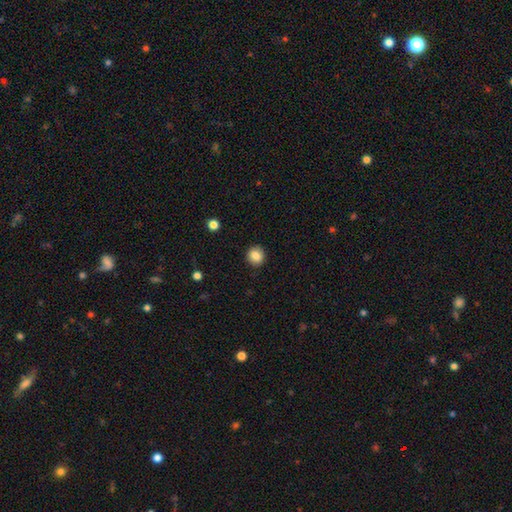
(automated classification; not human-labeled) smooth 85%, star or artifact 9%, featured or disk 5%. Down the decision tree: how rounded — round (84%); merging — none (91%).